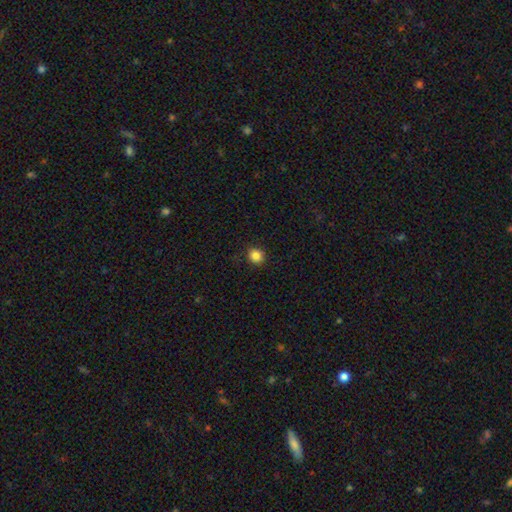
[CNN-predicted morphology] The model was most divided on "how rounded": round: 83%, in between: 16%, cigar-shaped: 1%. More confident: merging — none (90%); smooth or featured — smooth (84%).